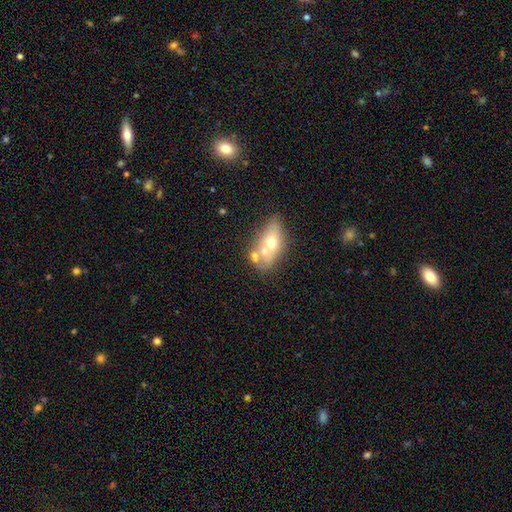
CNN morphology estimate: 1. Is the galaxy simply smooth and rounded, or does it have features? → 52% smooth, 39% featured or disk, 9% star or artifact.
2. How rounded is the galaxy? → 80% in between, 11% round, 8% cigar-shaped.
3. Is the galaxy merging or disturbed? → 39% merger, 35% none, 17% minor disturbance, 9% major disturbance.